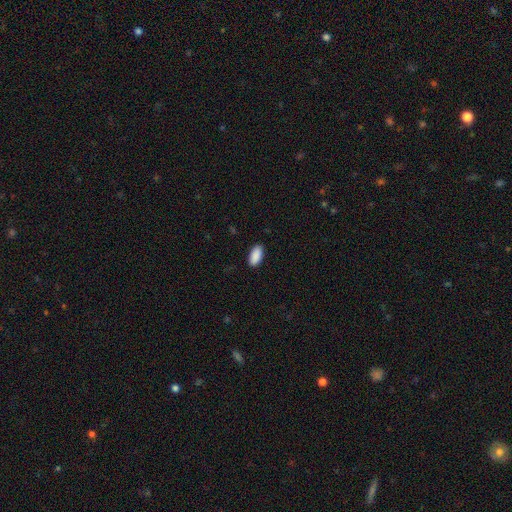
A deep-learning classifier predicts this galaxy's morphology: smooth 91%, star or artifact 7%, featured or disk 3%. Down the decision tree: how rounded — in between (94%); merging — none (89%).